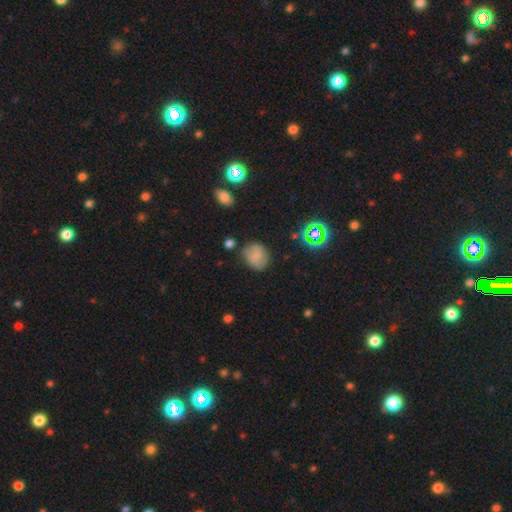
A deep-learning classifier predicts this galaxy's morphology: A smooth galaxy with no disk features (68%) that is round (66%). Merging: none (73%).